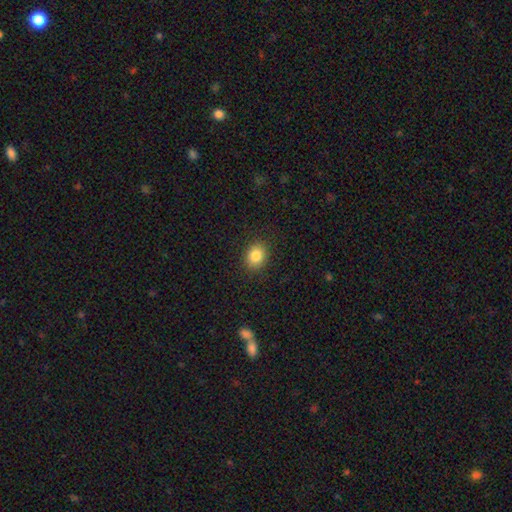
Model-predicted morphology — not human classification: This is clearly a smooth galaxy (85%). How rounded: possibly round (59%). Merging: clearly none (88%).